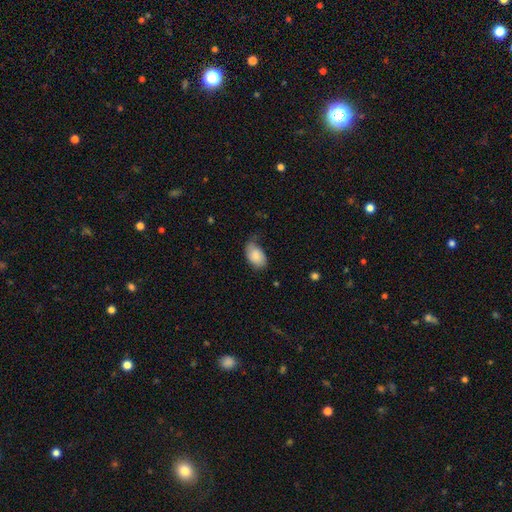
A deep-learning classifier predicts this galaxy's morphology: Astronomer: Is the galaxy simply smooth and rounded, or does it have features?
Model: smooth — 79%.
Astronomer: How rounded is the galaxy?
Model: in between — 89%.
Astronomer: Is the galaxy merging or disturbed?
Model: none — 46% (runner-up: minor disturbance, 38%).